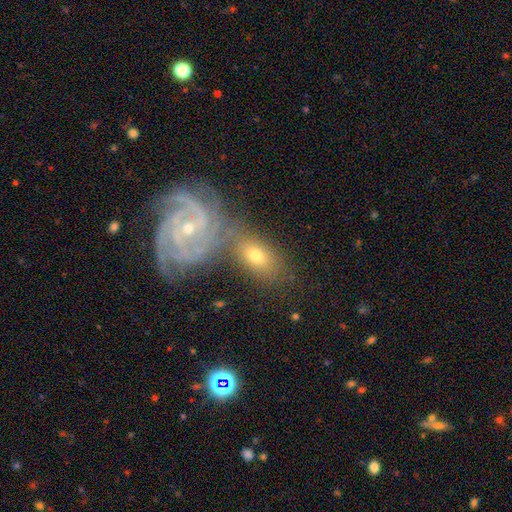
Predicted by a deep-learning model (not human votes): Smooth or featured? Predicted: featured or disk (p=0.58). Edge-on disk? Predicted: no (p=0.94). Bar? Predicted: no (p=0.54). Spiral arms? Predicted: yes (p=0.90). Bulge size? Predicted: small (p=0.56). Merging? Predicted: none (p=0.53).